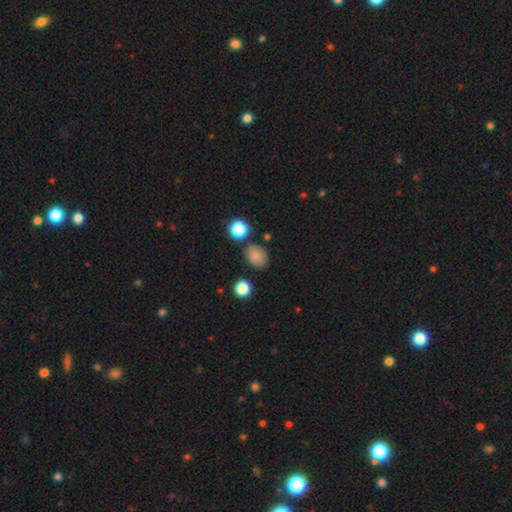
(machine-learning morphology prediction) The model was most divided on "how rounded": in between: 54%, round: 45%, cigar-shaped: 1%. More confident: smooth or featured — smooth (83%); merging — none (78%).